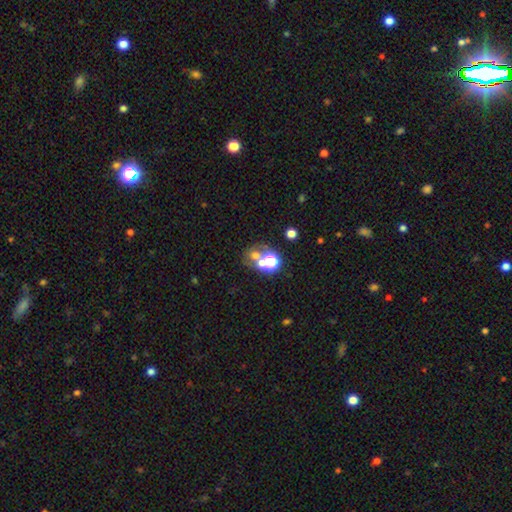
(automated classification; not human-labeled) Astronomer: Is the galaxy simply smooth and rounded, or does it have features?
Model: smooth — 50% (runner-up: star or artifact, 29%).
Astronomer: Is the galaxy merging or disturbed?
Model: merger — 42% (runner-up: none, 41%).